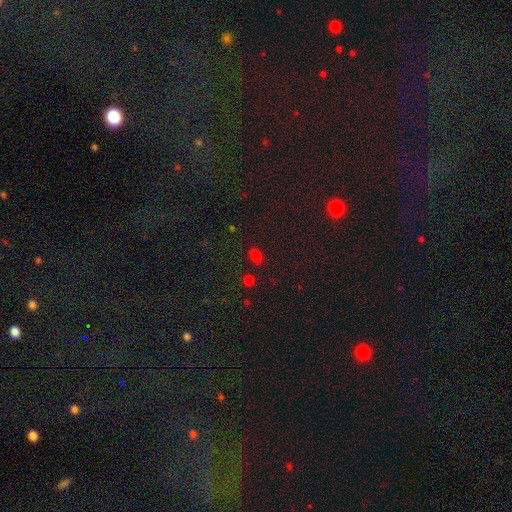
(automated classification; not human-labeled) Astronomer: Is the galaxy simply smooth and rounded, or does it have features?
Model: smooth — 76%.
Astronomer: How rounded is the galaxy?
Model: in between — 74%.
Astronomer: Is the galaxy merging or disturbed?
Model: none — 83%.